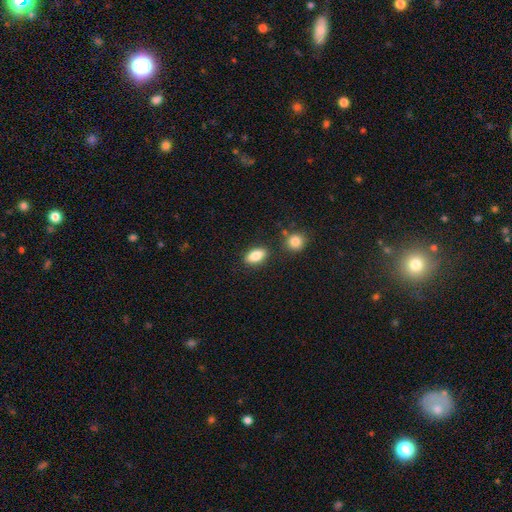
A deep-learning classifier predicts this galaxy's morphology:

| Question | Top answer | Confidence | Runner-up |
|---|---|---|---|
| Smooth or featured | smooth | 83% | featured or disk (10%) |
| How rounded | in between | 87% | cigar-shaped (7%) |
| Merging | none | 82% | minor disturbance (10%) |